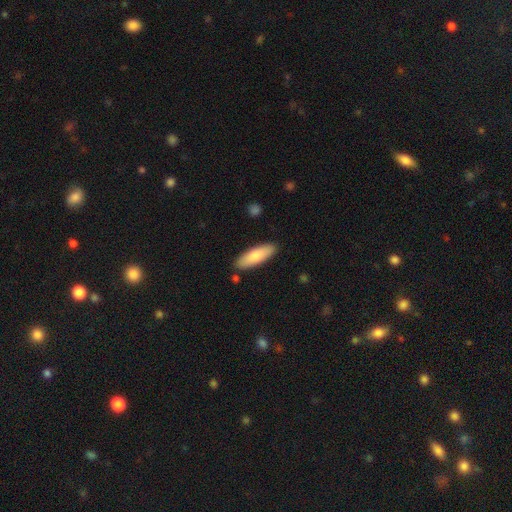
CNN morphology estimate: Smooth or featured: smooth — 78% (featured or disk — 16%)
How rounded: in between — 54% (cigar-shaped — 44%)
Merging: none — 87% (minor disturbance — 9%)